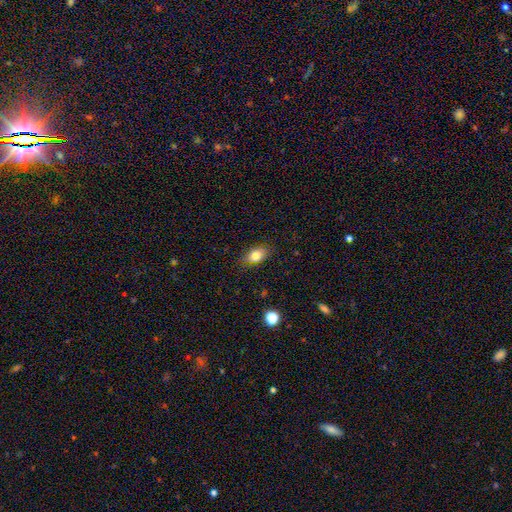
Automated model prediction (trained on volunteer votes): Smooth or featured?
  - smooth: 80% *
  - featured or disk: 12%
  - star or artifact: 9%
How rounded?
  - in between: 86% *
  - round: 10%
  - cigar-shaped: 4%
Merging?
  - none: 83% *
  - minor disturbance: 13%
  - major disturbance: 3%
  - merger: 1%